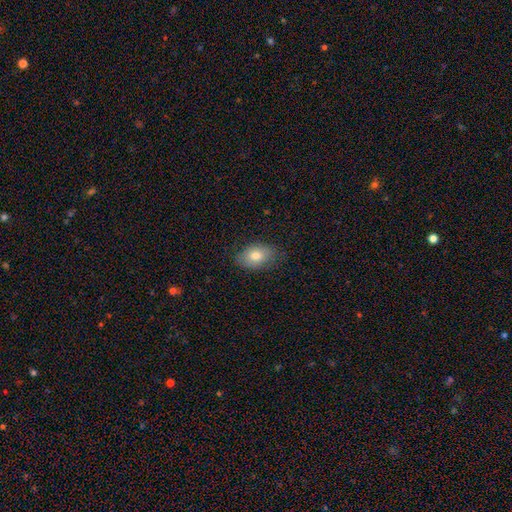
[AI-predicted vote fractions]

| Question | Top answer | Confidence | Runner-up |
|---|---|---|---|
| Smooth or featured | smooth | 78% | featured or disk (14%) |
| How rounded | in between | 87% | round (11%) |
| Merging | none | 80% | minor disturbance (15%) |